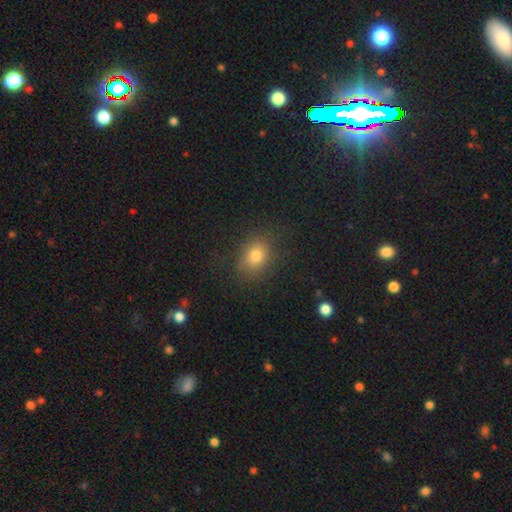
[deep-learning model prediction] A smooth galaxy with no disk features (78%) that is in between round and cigar-shaped (51%).

Vote fractions:
- Smooth or featured? smooth: 78% / star or artifact: 13% / featured or disk: 9%
- How rounded? in between: 51% / round: 48% / cigar-shaped: 1%
- Merging? none: 81% / minor disturbance: 13% / major disturbance: 5% / merger: 1%